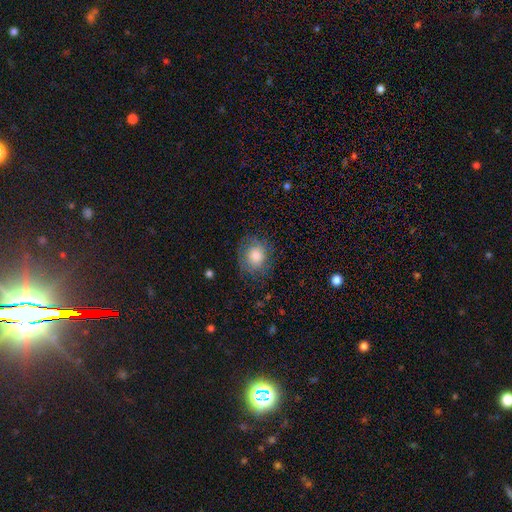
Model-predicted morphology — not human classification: type=smooth (73%); roundness=round (75%); merging=none (74%).